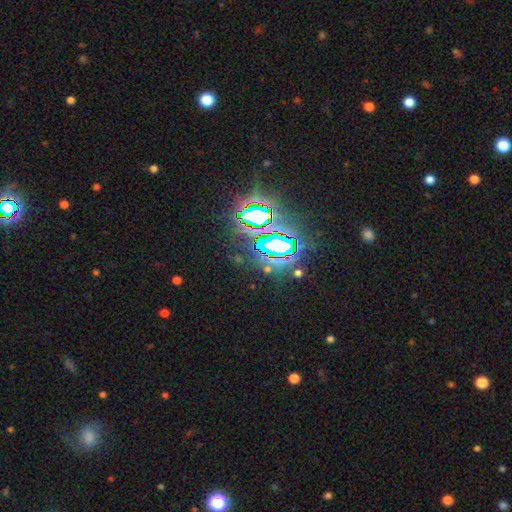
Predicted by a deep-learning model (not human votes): star or artifact 85%, smooth 9%, featured or disk 6%.